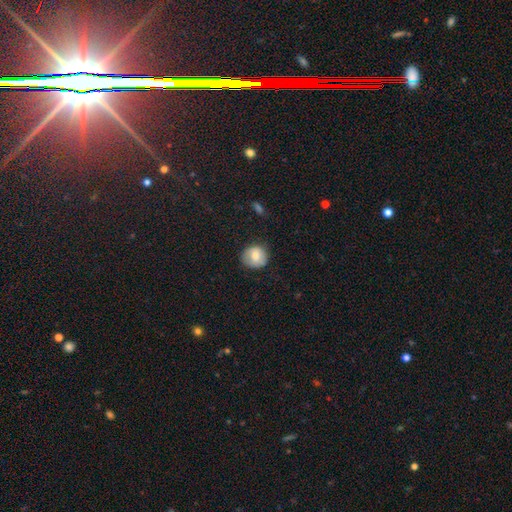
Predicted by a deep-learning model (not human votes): A smooth galaxy with no disk features (78%) that is round (81%).

Vote fractions:
- Smooth or featured? smooth: 78% / featured or disk: 15% / star or artifact: 8%
- How rounded? round: 81% / in between: 18% / cigar-shaped: 1%
- Merging? none: 75% / minor disturbance: 19% / major disturbance: 5% / merger: 1%